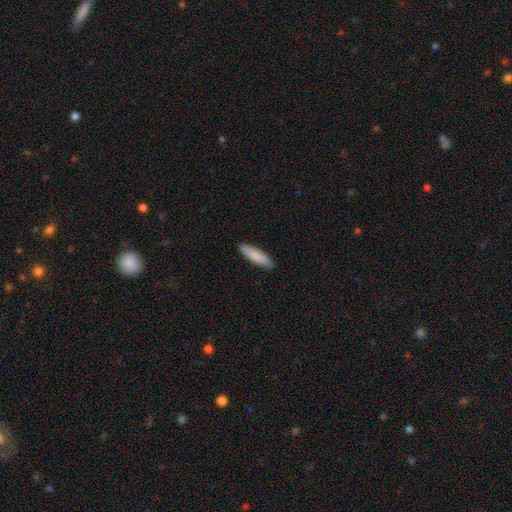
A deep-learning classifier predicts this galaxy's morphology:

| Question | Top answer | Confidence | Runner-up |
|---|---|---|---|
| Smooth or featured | smooth | 85% | featured or disk (9%) |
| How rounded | cigar-shaped | 72% | in between (27%) |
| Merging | none | 89% | minor disturbance (9%) |